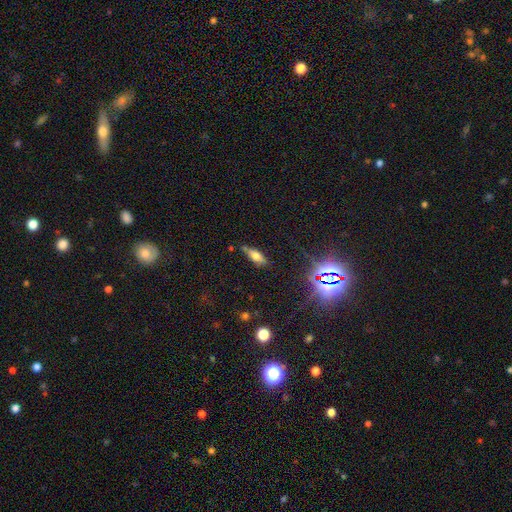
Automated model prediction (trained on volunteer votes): Q: Smooth or featured?
A: smooth (61%); runner-up: featured or disk (24%)
Q: How rounded?
A: in between (63%); runner-up: cigar-shaped (34%)
Q: Merging?
A: none (73%); runner-up: minor disturbance (18%)